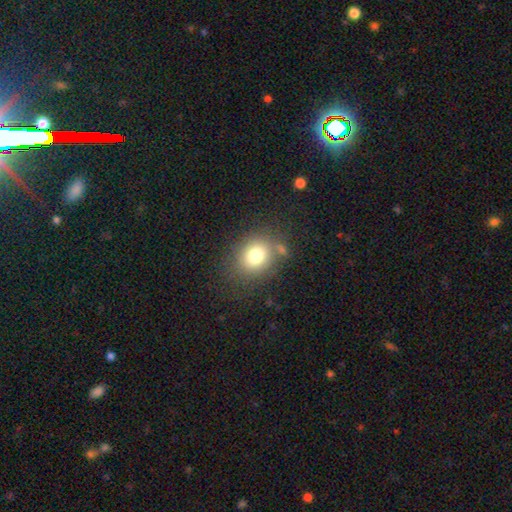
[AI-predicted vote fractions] A smooth galaxy with no disk features (77%) that is round (60%). Merging: none (72%).